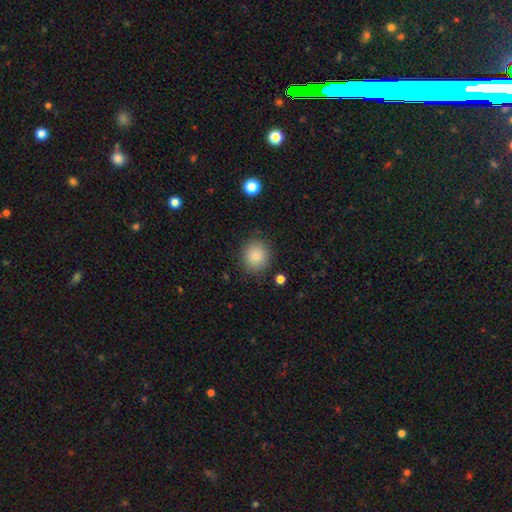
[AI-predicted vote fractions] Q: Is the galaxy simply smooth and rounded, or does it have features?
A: smooth — 87%.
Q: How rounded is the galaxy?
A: round — 82%.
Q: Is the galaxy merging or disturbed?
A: none — 85%.